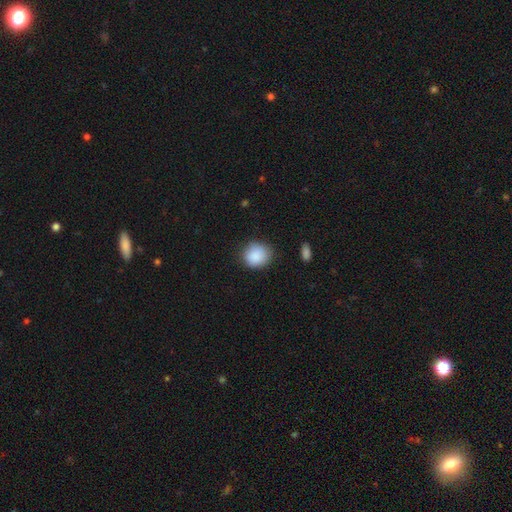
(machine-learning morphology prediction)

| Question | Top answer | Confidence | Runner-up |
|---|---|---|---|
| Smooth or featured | smooth | 88% | star or artifact (8%) |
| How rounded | round | 81% | in between (18%) |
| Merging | none | 80% | minor disturbance (15%) |